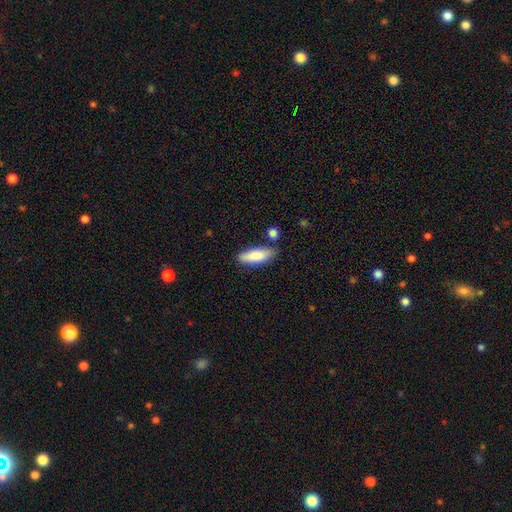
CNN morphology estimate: Overall: smooth (85%). How rounded: in between (60%; cigar-shaped 38%). Merging: none (73%).